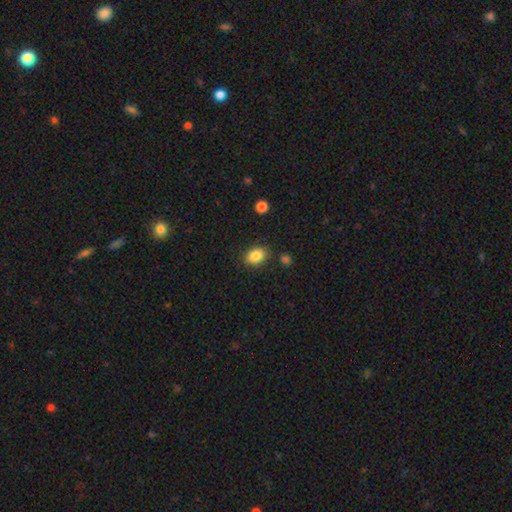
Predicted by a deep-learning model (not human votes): Smooth or featured? Predicted: smooth (p=0.87). How rounded? Predicted: in between (p=0.77). Merging? Predicted: none (p=0.83).